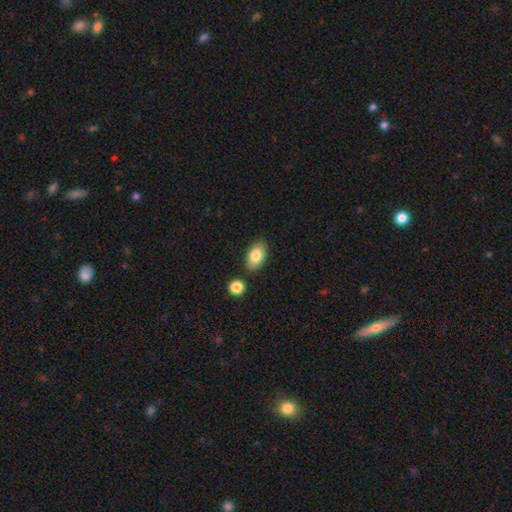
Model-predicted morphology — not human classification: Overall: smooth (82%). How rounded: in between (91%). Merging: none (81%).